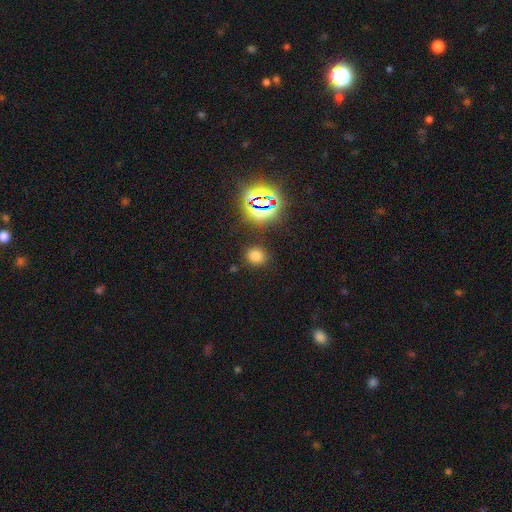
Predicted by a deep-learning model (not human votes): A smooth galaxy with no disk features (69%) that is round (65%). Merging: none (85%).